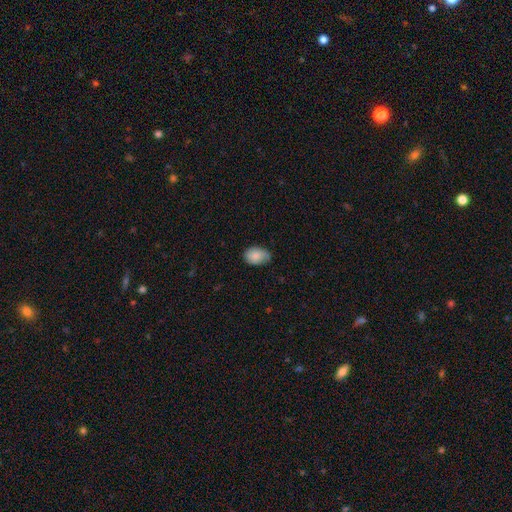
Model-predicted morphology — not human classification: smooth_or_featured: smooth (p=0.84) [alt: featured or disk p=0.09]
how_rounded: in between (p=0.85) [alt: round p=0.14]
merging: none (p=0.70) [alt: minor disturbance p=0.25]